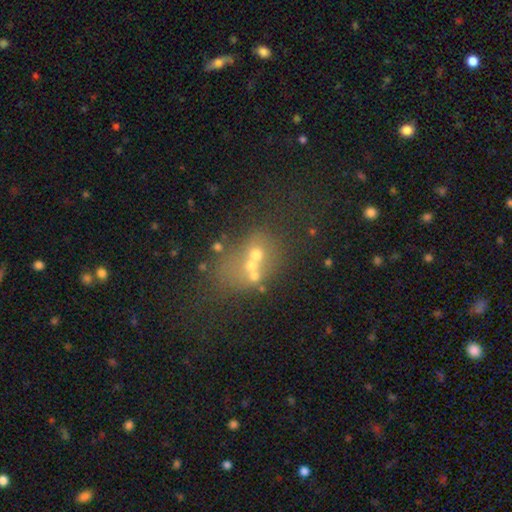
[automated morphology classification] A smooth galaxy with no disk features (41%). Merging: merger (52%).